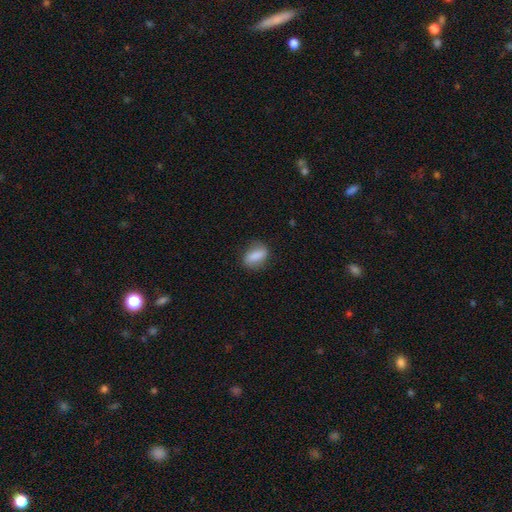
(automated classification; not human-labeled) A smooth galaxy with no disk features (79%) that is in between round and cigar-shaped (76%).

Vote fractions:
- Smooth or featured? smooth: 79% / featured or disk: 14% / star or artifact: 7%
- How rounded? in between: 76% / round: 12% / cigar-shaped: 11%
- Merging? none: 78% / minor disturbance: 16% / major disturbance: 5% / merger: 1%